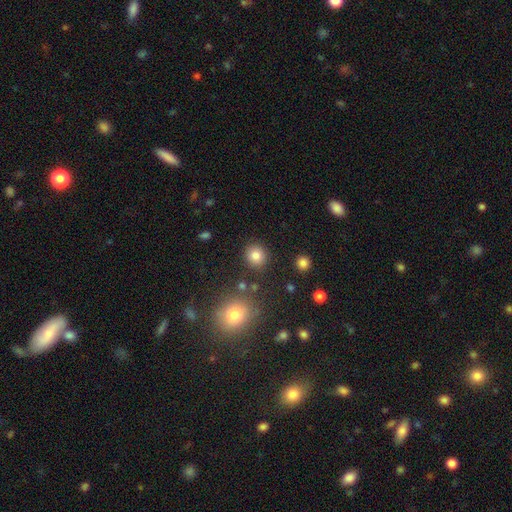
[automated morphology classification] This appears to be a smooth galaxy with no disk features (83%) that is round (88%). Merging: none (87%).